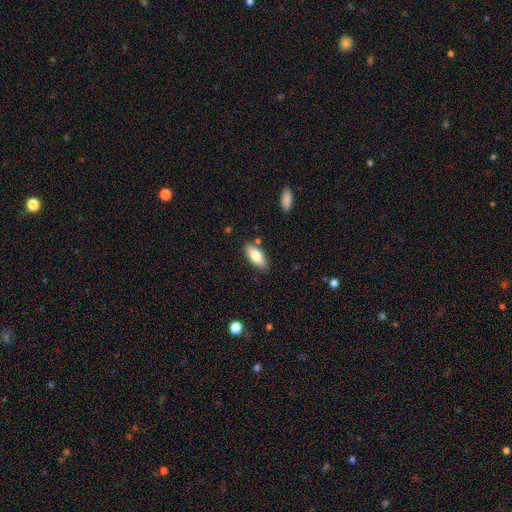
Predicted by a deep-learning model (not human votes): A smooth galaxy with no disk features (78%) that is in between round and cigar-shaped (79%). Merging: none (83%).